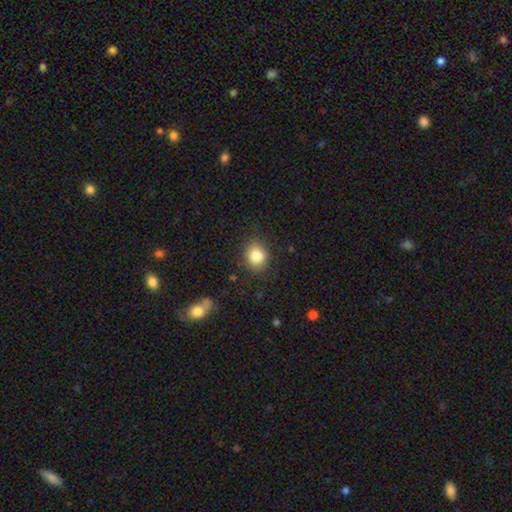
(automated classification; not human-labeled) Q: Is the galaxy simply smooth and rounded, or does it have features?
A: smooth — 84%.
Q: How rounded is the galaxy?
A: round — 69%.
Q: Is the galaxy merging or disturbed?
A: none — 85%.